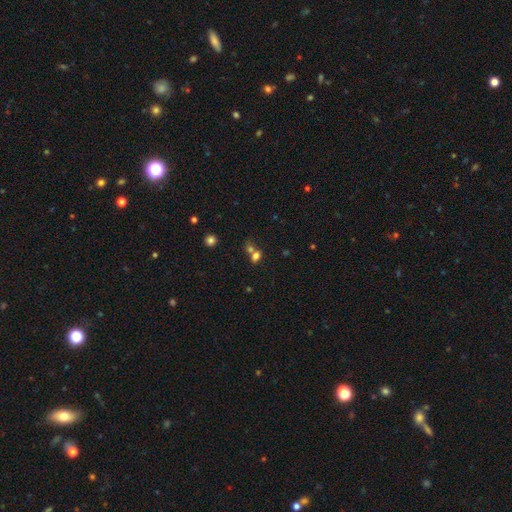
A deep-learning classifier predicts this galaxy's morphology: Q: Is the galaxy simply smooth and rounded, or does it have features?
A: smooth — 72%.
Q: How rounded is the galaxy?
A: in between — 54%.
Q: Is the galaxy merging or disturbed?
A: merger — 56%.